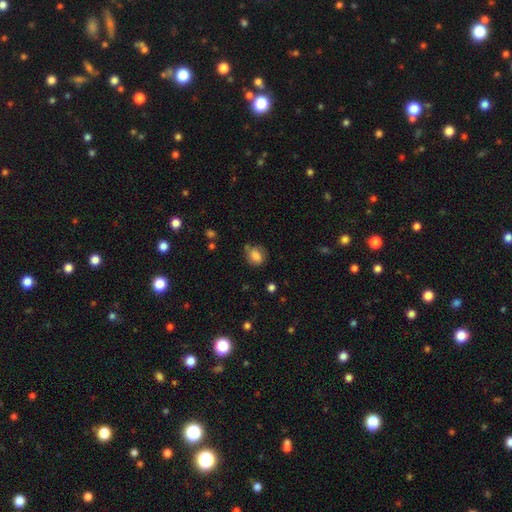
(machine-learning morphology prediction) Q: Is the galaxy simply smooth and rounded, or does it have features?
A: smooth — 76%.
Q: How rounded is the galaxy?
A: round — 54%.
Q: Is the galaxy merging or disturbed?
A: none — 64%.